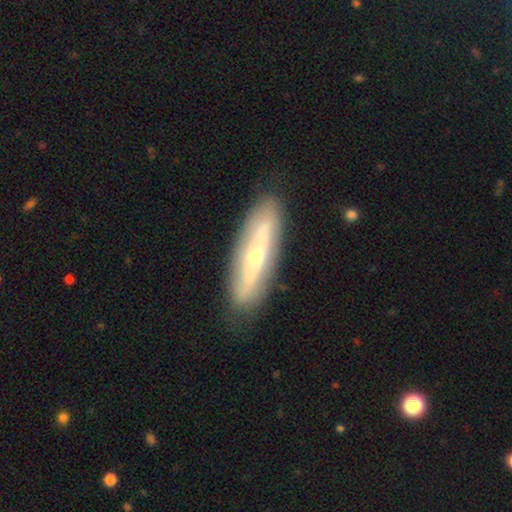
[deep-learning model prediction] A featured or disk galaxy (61%).

Vote fractions:
- Smooth or featured? featured or disk: 61% / smooth: 33% / star or artifact: 6%
- Edge-on disk? no: 51% / yes: 49%
- Merging? none: 84% / minor disturbance: 11% / major disturbance: 3% / merger: 1%